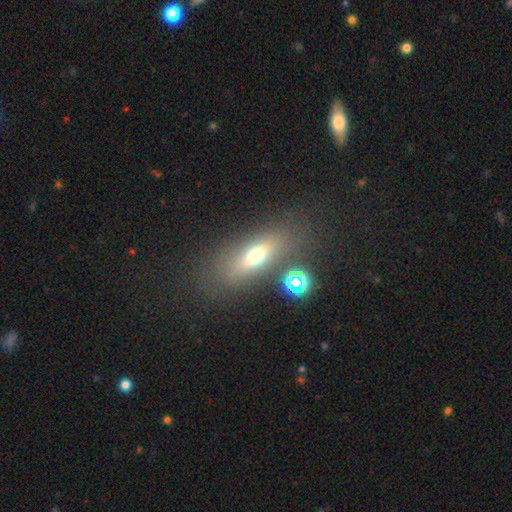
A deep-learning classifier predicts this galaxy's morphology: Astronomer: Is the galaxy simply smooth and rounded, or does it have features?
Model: smooth — 57%.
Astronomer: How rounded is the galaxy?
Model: in between — 61%.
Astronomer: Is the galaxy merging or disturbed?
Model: none — 72%.